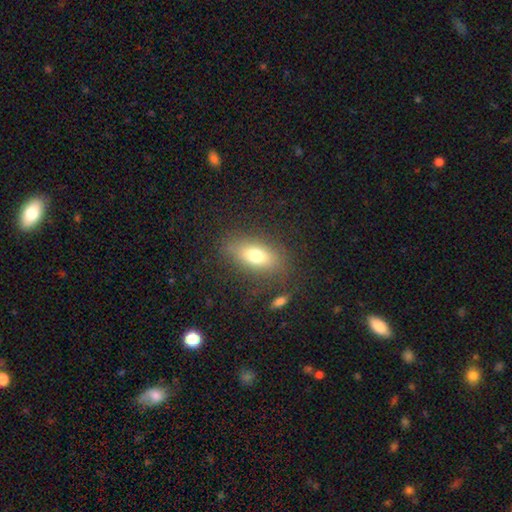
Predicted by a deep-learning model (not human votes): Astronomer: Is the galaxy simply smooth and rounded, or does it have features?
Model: smooth — 71%.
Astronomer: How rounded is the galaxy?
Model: in between — 82%.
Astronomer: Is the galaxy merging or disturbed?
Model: none — 77%.